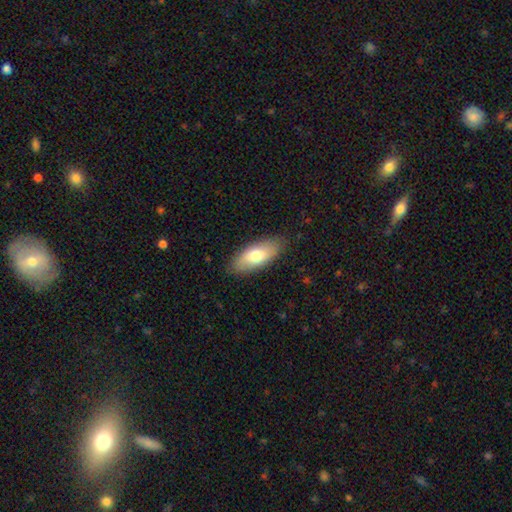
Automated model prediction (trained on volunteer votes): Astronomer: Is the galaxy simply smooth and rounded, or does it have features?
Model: smooth — 74%.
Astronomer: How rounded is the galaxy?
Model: in between — 83%.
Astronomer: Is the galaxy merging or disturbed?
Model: none — 85%.